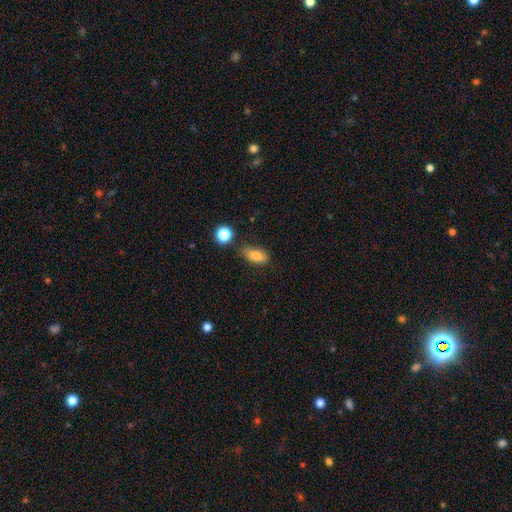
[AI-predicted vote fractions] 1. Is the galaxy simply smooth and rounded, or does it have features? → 82% smooth, 10% star or artifact, 8% featured or disk.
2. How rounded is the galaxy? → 83% in between, 9% cigar-shaped, 8% round.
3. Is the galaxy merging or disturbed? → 66% none, 22% minor disturbance, 6% merger, 6% major disturbance.